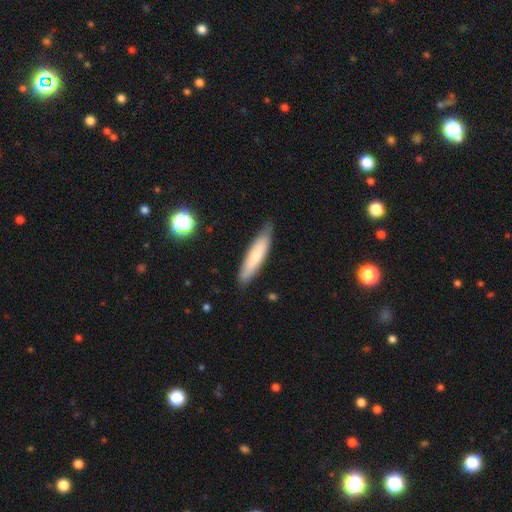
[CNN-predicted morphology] This is likely a smooth galaxy (70%). How rounded: clearly cigar-shaped (81%). Merging: likely none (80%).